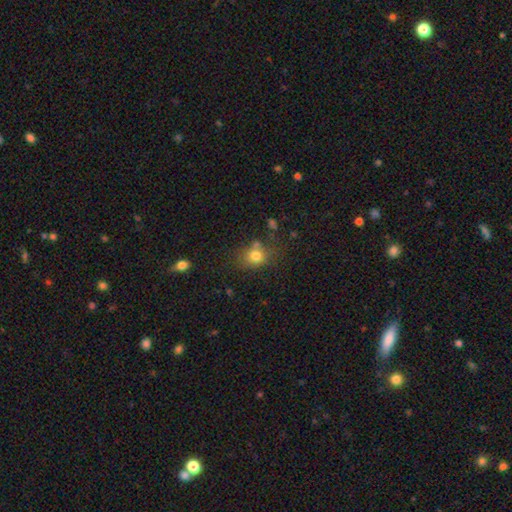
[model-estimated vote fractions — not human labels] Smooth or featured? smooth (77%)
How rounded? round (58%)
Merging? none (61%)